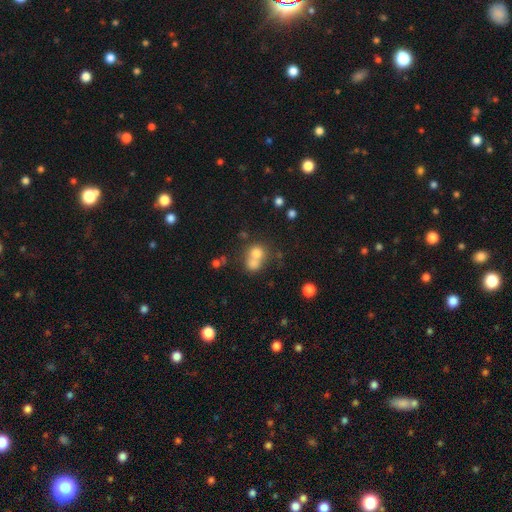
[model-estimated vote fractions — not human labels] Smooth or featured?
  - smooth: 73% *
  - featured or disk: 15%
  - star or artifact: 12%
How rounded?
  - round: 72% *
  - in between: 27%
  - cigar-shaped: 1%
Merging?
  - merger: 60% *
  - none: 28%
  - minor disturbance: 7%
  - major disturbance: 5%